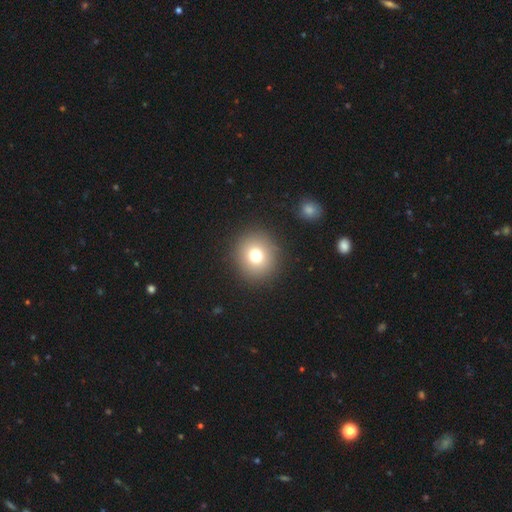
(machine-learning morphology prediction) A smooth galaxy with no disk features (75%) that is round (91%). Merging: none (90%).